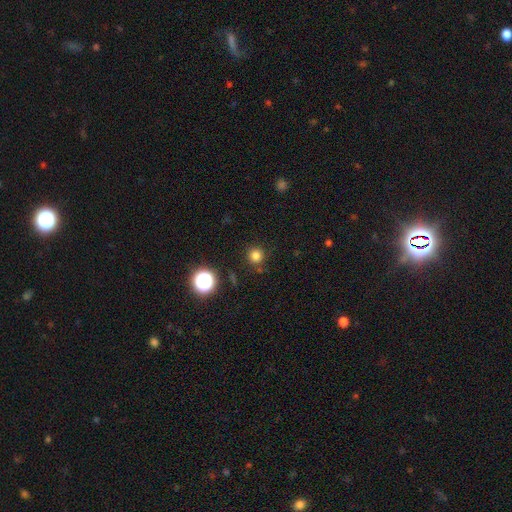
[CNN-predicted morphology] The model was most divided on "smooth or featured": smooth: 79%, star or artifact: 16%, featured or disk: 5%. More confident: how rounded — round (95%); merging — none (87%).